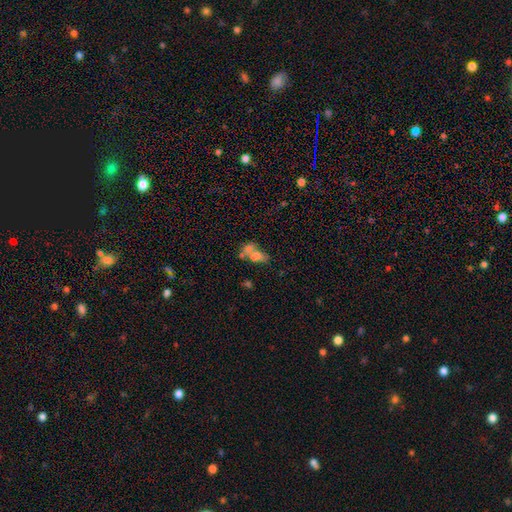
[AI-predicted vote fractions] smooth_or_featured: smooth (p=0.59) [alt: featured or disk p=0.26]
how_rounded: in between (p=0.80) [alt: round p=0.17]
merging: merger (p=0.61) [alt: none p=0.21]